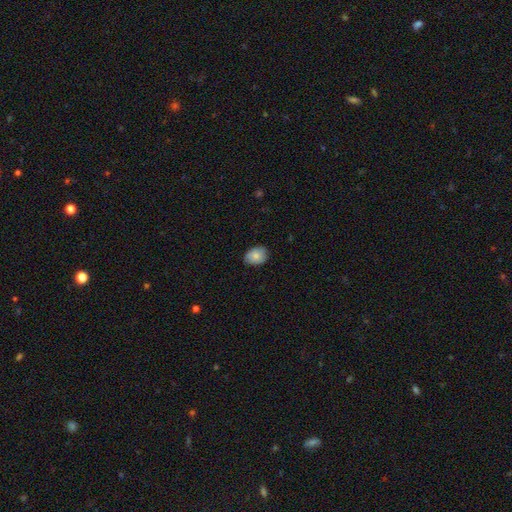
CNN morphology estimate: smooth 80%, featured or disk 13%, star or artifact 7%. Down the decision tree: how rounded — in between (67%); merging — none (76%).